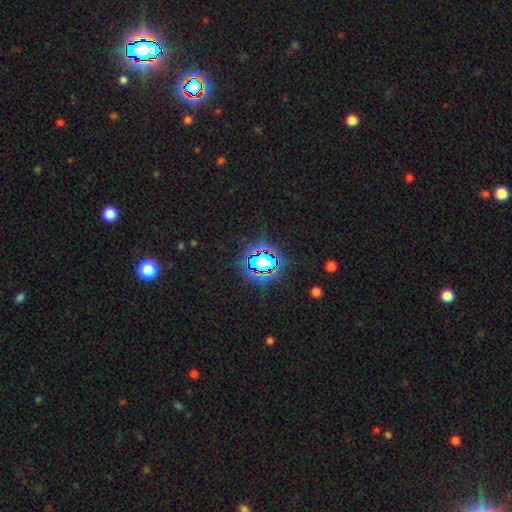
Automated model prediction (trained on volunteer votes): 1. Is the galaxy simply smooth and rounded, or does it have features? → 82% star or artifact, 11% smooth, 7% featured or disk.